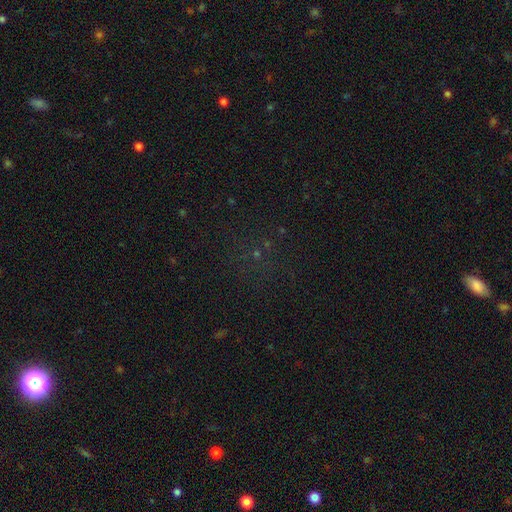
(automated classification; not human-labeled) This is likely a star or artifact rather than a galaxy (62%).